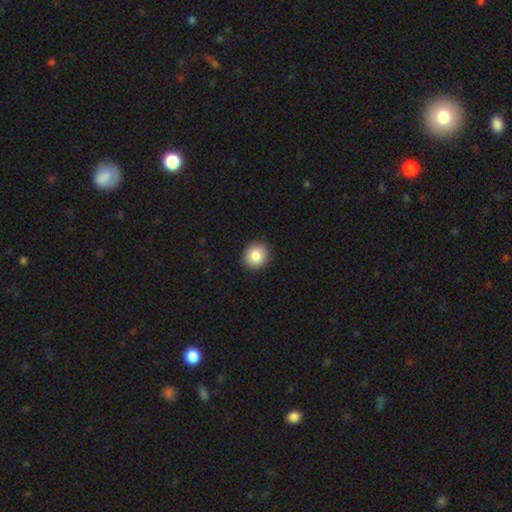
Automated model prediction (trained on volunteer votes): A smooth galaxy with no disk features (86%) that is round (88%).

Vote fractions:
- Smooth or featured? smooth: 86% / star or artifact: 8% / featured or disk: 6%
- How rounded? round: 88% / in between: 11% / cigar-shaped: 1%
- Merging? none: 91% / minor disturbance: 6% / major disturbance: 2% / merger: 1%